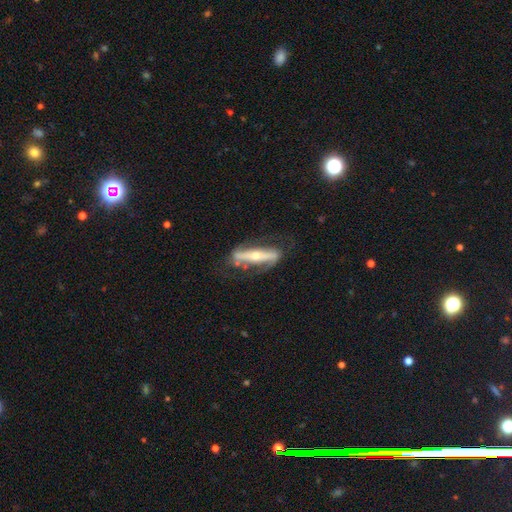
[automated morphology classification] Q: Smooth or featured?
A: featured or disk (77%); runner-up: smooth (17%)
Q: Edge-on disk?
A: no (51%); runner-up: yes (49%)
Q: Merging?
A: none (65%); runner-up: minor disturbance (20%)